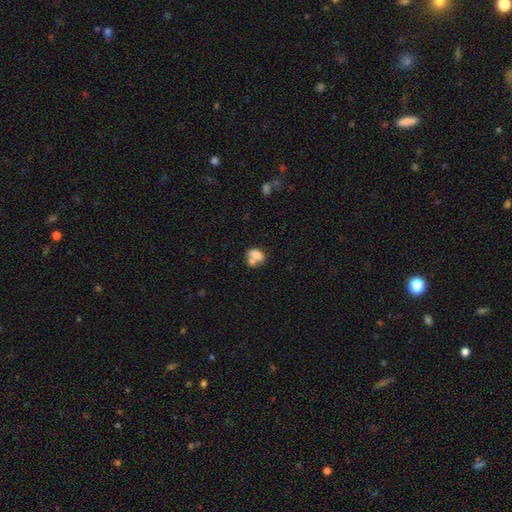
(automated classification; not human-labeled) Smooth or featured?
  - smooth: 71% *
  - featured or disk: 19%
  - star or artifact: 9%
How rounded?
  - in between: 73% *
  - round: 25%
  - cigar-shaped: 2%
Merging?
  - merger: 54% *
  - none: 27%
  - minor disturbance: 12%
  - major disturbance: 7%